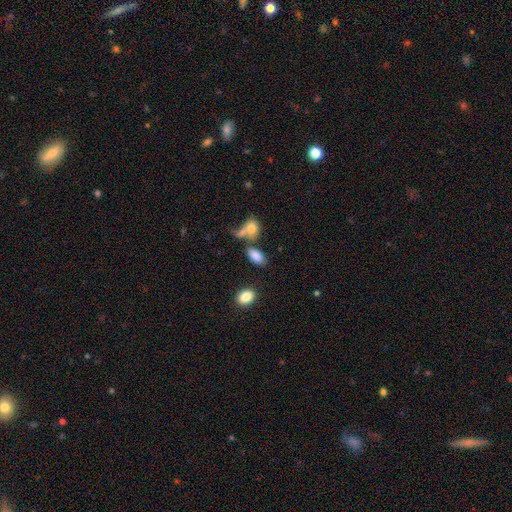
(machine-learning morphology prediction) Smooth or featured: smooth — 84% (star or artifact — 8%)
How rounded: in between — 92% (round — 5%)
Merging: none — 57% (merger — 23%)